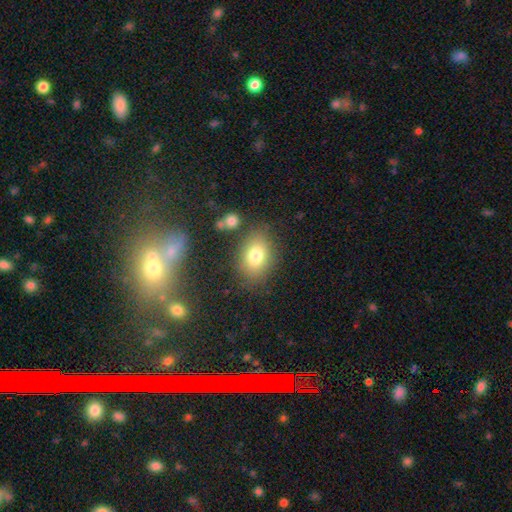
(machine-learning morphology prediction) Smooth or featured? Predicted: smooth (p=0.77). How rounded? Predicted: in between (p=0.75). Merging? Predicted: none (p=0.77).